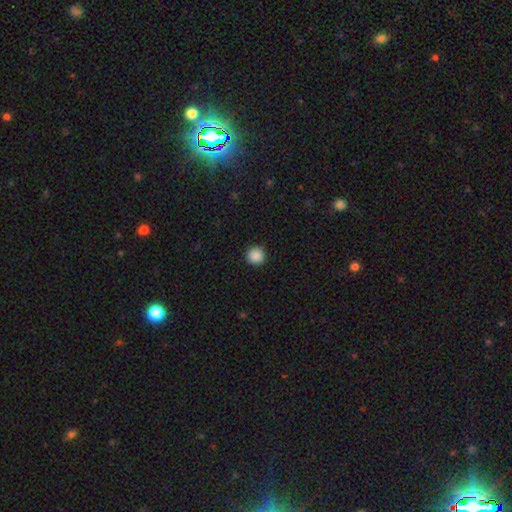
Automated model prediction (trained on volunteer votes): smooth_or_featured: smooth (p=0.88) [alt: star or artifact p=0.09]
how_rounded: round (p=0.96) [alt: in between p=0.03]
merging: none (p=0.93) [alt: minor disturbance p=0.05]